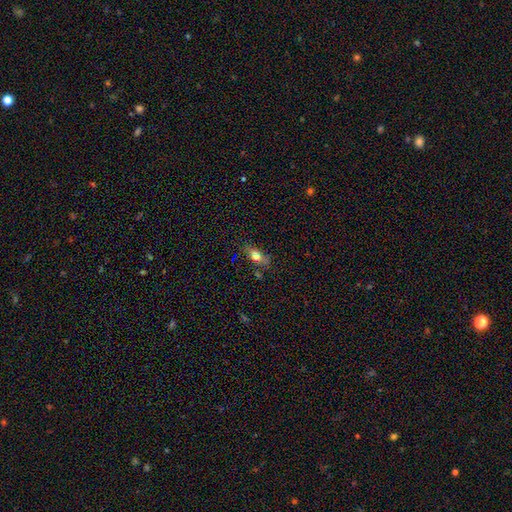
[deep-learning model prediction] A smooth galaxy with no disk features (67%) that is in between round and cigar-shaped (73%).

Vote fractions:
- Smooth or featured? smooth: 67% / featured or disk: 22% / star or artifact: 11%
- How rounded? in between: 73% / cigar-shaped: 17% / round: 10%
- Merging? none: 72% / minor disturbance: 19% / major disturbance: 5% / merger: 4%